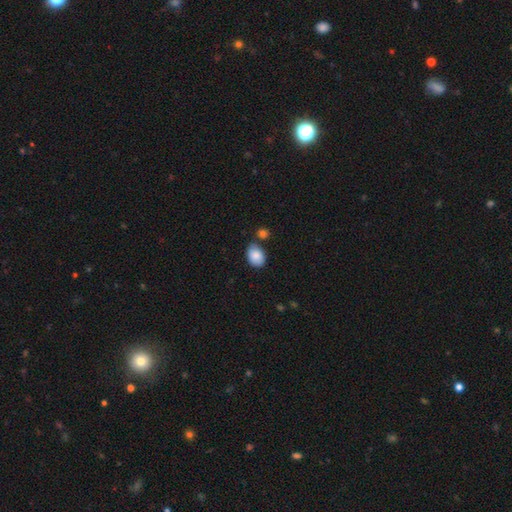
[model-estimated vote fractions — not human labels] Smooth or featured?
  - smooth: 87% *
  - star or artifact: 7%
  - featured or disk: 7%
How rounded?
  - in between: 79% *
  - round: 20%
  - cigar-shaped: 1%
Merging?
  - none: 68% *
  - minor disturbance: 17%
  - merger: 11%
  - major disturbance: 4%